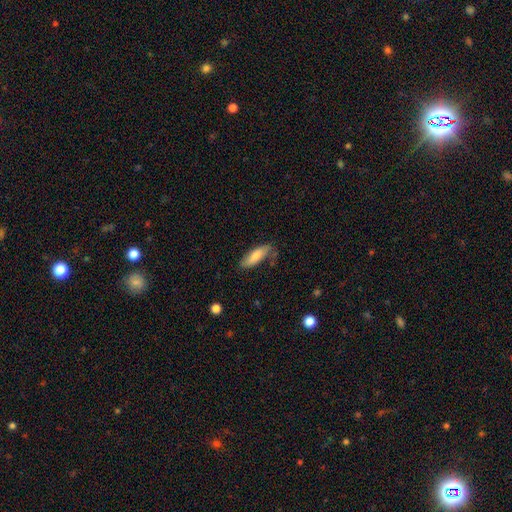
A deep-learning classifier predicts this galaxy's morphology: A smooth galaxy with no disk features (74%) that is in between round and cigar-shaped (58%).

Vote fractions:
- Smooth or featured? smooth: 74% / featured or disk: 20% / star or artifact: 6%
- How rounded? in between: 58% / cigar-shaped: 40% / round: 2%
- Merging? none: 68% / minor disturbance: 23% / major disturbance: 5% / merger: 4%